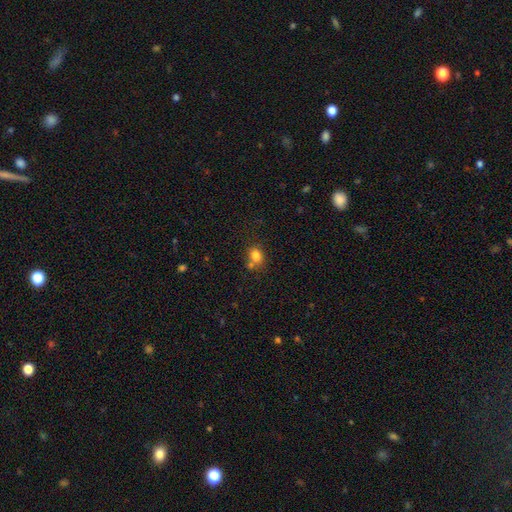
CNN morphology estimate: Q: Smooth or featured?
A: smooth (80%); runner-up: star or artifact (12%)
Q: How rounded?
A: round (56%); runner-up: in between (43%)
Q: Merging?
A: none (60%); runner-up: merger (23%)